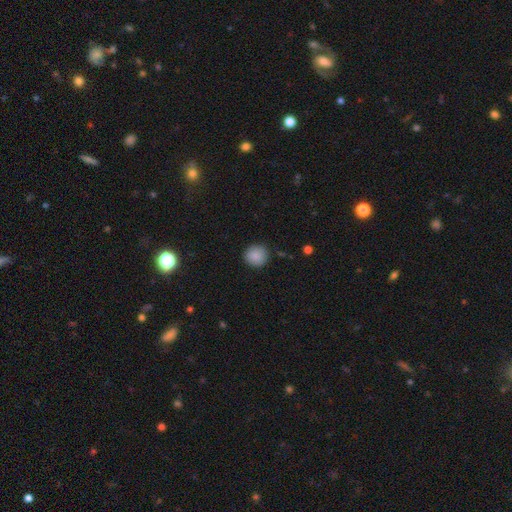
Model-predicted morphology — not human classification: Smooth or featured?
  - smooth: 88% *
  - star or artifact: 8%
  - featured or disk: 4%
How rounded?
  - round: 92% *
  - in between: 7%
  - cigar-shaped: 1%
Merging?
  - none: 89% *
  - minor disturbance: 8%
  - major disturbance: 2%
  - merger: 1%